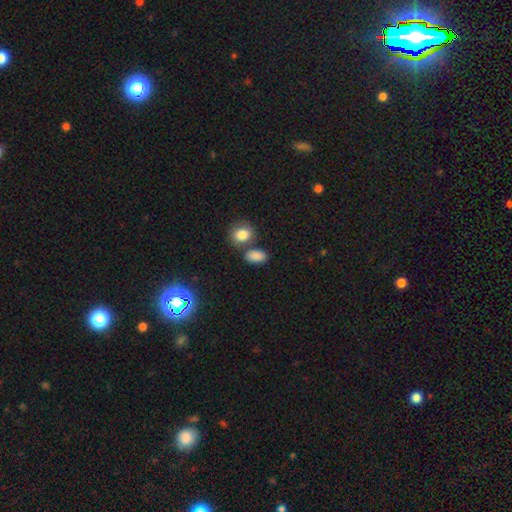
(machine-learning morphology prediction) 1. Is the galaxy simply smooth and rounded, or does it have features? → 85% smooth, 10% star or artifact, 5% featured or disk.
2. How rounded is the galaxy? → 85% in between, 13% round, 2% cigar-shaped.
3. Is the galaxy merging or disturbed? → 64% none, 19% merger, 13% minor disturbance, 4% major disturbance.